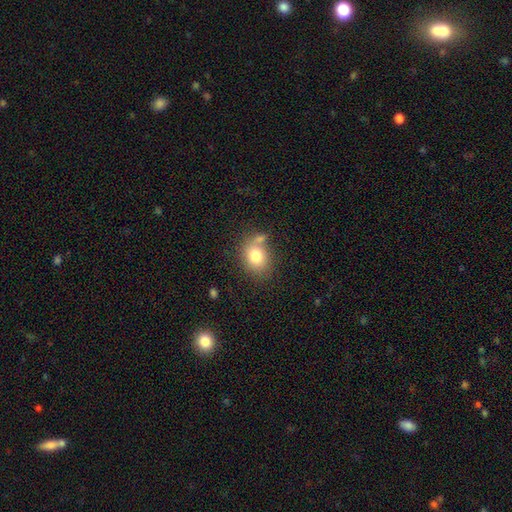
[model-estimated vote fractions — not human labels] smooth_or_featured: smooth (p=0.78) [alt: featured or disk p=0.12]
how_rounded: in between (p=0.52) [alt: round p=0.47]
merging: none (p=0.60) [alt: minor disturbance p=0.18]